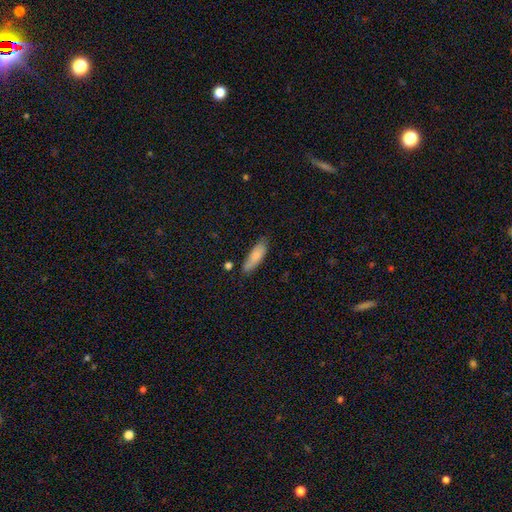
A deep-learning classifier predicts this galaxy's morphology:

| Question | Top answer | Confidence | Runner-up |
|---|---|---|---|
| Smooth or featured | smooth | 83% | featured or disk (10%) |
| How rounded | cigar-shaped | 50% | in between (48%) |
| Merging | none | 75% | minor disturbance (18%) |